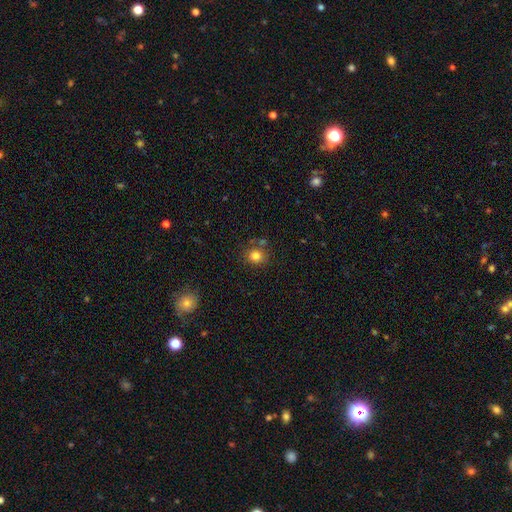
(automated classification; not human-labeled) The model was most divided on "how rounded": round: 78%, in between: 21%, cigar-shaped: 1%. More confident: smooth or featured — smooth (81%); merging — none (77%).